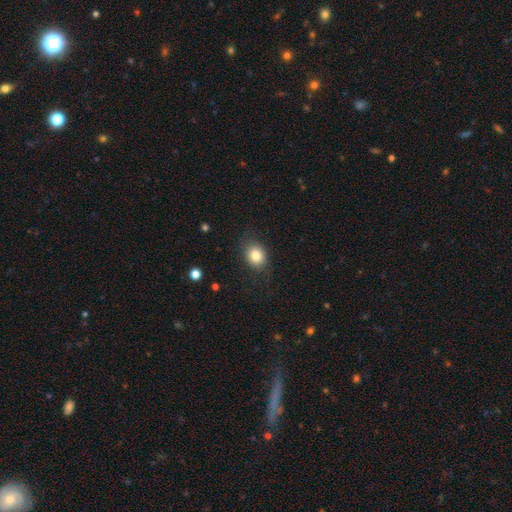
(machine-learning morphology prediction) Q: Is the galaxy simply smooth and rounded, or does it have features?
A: smooth — 82%.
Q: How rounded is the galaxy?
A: round — 55%.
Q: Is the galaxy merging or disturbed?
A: none — 78%.